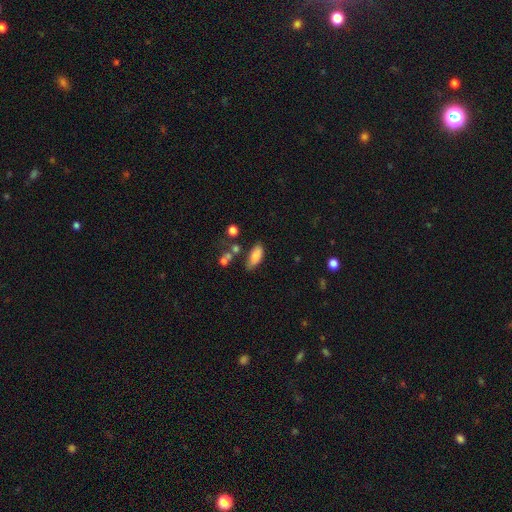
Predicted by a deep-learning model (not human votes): Q: Smooth or featured?
A: smooth (82%); runner-up: featured or disk (10%)
Q: How rounded?
A: in between (84%); runner-up: cigar-shaped (13%)
Q: Merging?
A: none (61%); runner-up: minor disturbance (24%)